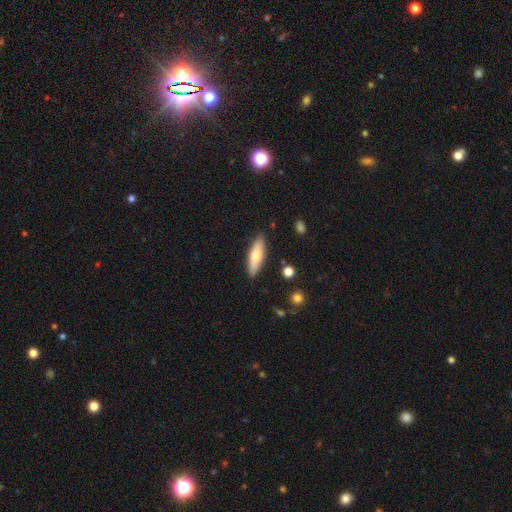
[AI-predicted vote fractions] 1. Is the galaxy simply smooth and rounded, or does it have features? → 65% smooth, 29% featured or disk, 6% star or artifact.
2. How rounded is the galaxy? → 52% cigar-shaped, 46% in between, 2% round.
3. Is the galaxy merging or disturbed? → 86% none, 10% minor disturbance, 2% major disturbance, 2% merger.